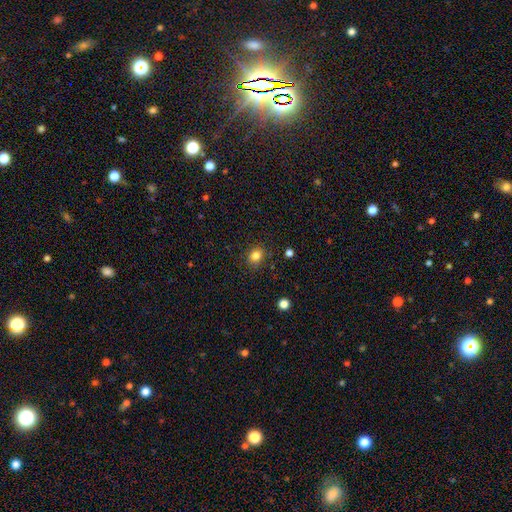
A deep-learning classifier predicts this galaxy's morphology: Smooth or featured?
  - smooth: 83% *
  - star or artifact: 12%
  - featured or disk: 5%
How rounded?
  - round: 67% *
  - in between: 32%
  - cigar-shaped: 1%
Merging?
  - none: 86% *
  - minor disturbance: 10%
  - major disturbance: 3%
  - merger: 2%